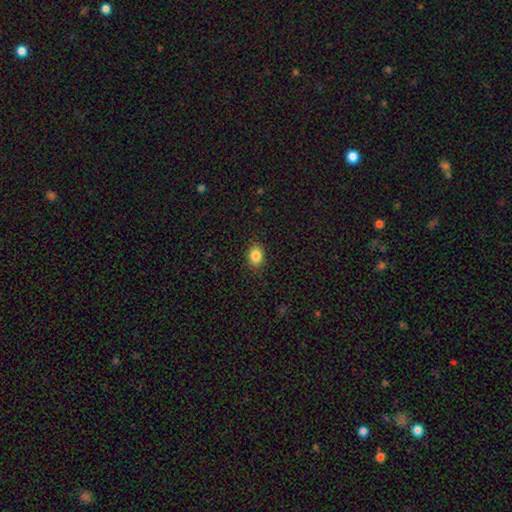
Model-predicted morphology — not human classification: Smooth or featured? Predicted: smooth (p=0.85). How rounded? Predicted: in between (p=0.65). Merging? Predicted: none (p=0.88).